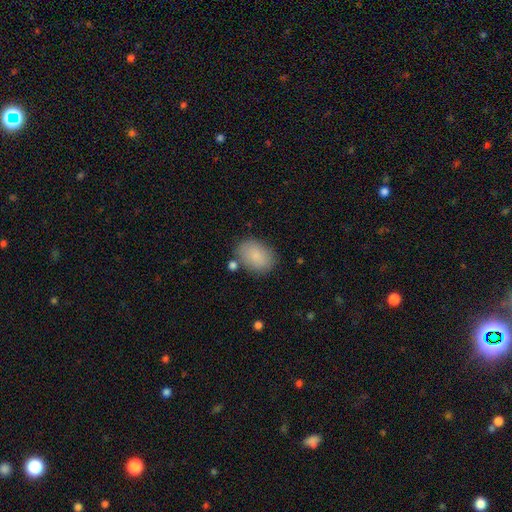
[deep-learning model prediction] smooth 85%, featured or disk 8%, star or artifact 7%. Down the decision tree: how rounded — in between (80%); merging — none (75%).